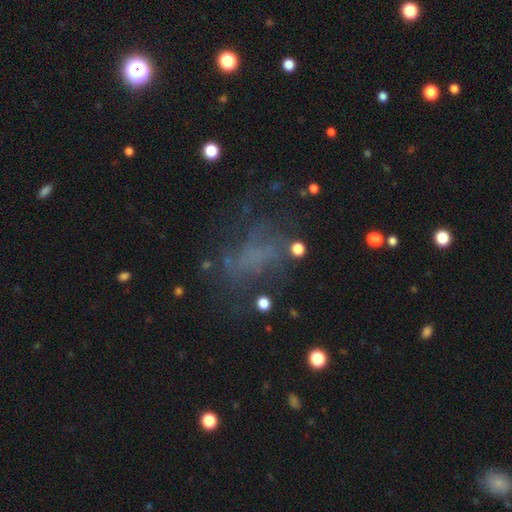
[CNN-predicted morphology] Overall: smooth (35%, tied with featured or disk). Merging: none (51%; major disturbance 25%).